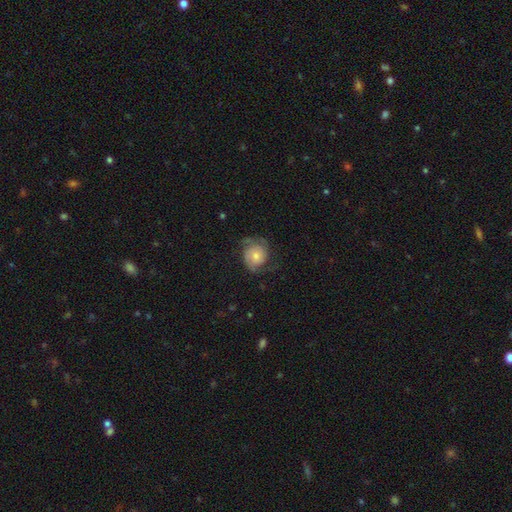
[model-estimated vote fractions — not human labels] featured or disk 69%, smooth 24%, star or artifact 7%. Down the decision tree: edge-on disk — no (97%); bar — no (78%); spiral arms — yes (92%); spiral arm count — 2 (78%); spiral winding — medium (40%); bulge size — moderate (45%); merging — none (63%).